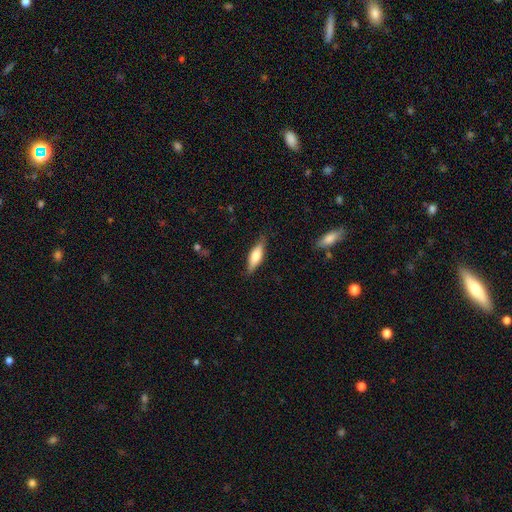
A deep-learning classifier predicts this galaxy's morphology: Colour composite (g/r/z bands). It shows a smooth galaxy with no disk features (56%) that is in between round and cigar-shaped (52%). Merging: none (83%).